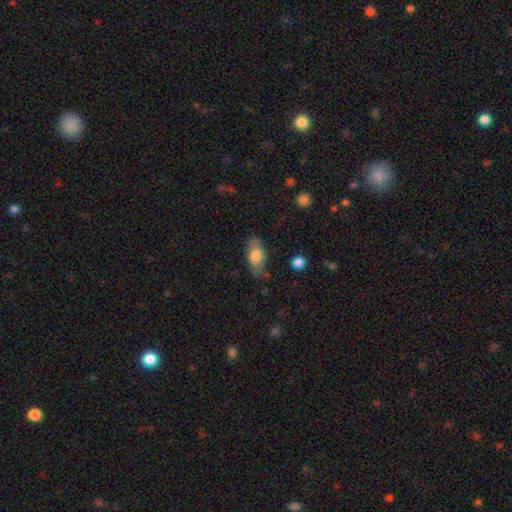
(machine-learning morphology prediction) type=smooth (73%); roundness=in between (90%); merging=none (67%).